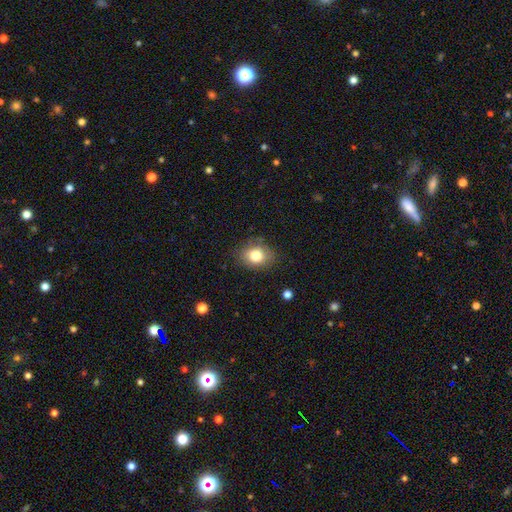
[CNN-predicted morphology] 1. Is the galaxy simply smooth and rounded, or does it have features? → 80% smooth, 10% featured or disk, 10% star or artifact.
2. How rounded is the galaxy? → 54% in between, 45% round, 1% cigar-shaped.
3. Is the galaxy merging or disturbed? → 80% none, 15% minor disturbance, 4% major disturbance, 1% merger.